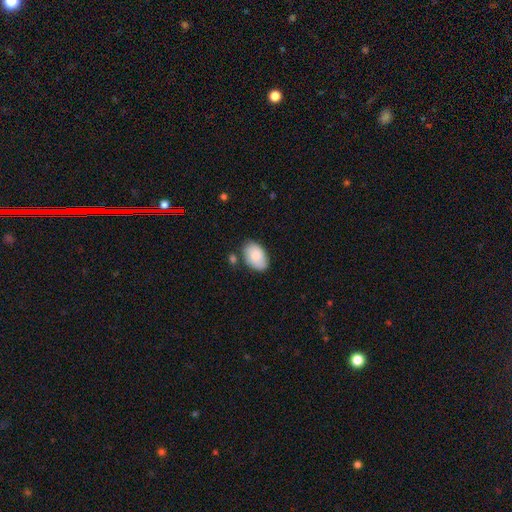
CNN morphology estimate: This appears to be a smooth galaxy with no disk features (83%) that is in between round and cigar-shaped (92%). Merging: none (72%).